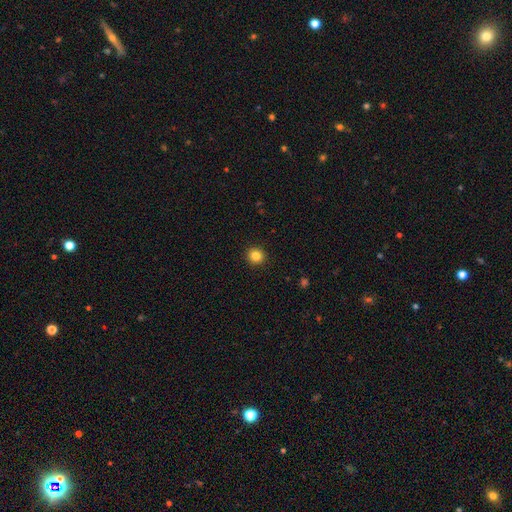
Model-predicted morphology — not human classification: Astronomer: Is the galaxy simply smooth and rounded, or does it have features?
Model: smooth — 84%.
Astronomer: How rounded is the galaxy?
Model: round — 92%.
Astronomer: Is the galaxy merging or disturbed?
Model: none — 93%.